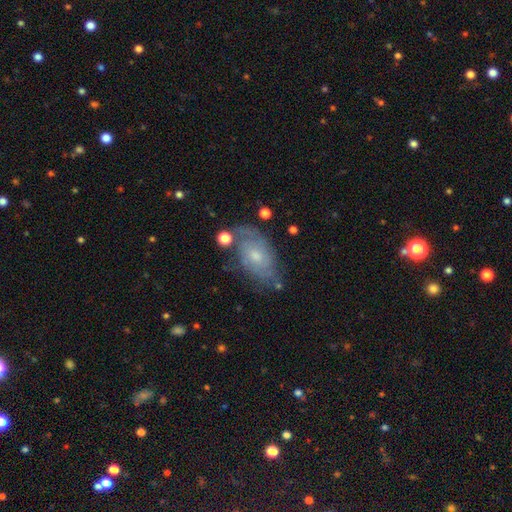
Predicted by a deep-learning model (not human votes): Smooth or featured?
  - featured or disk: 70% *
  - smooth: 22%
  - star or artifact: 8%
Edge-on disk?
  - no: 94% *
  - yes: 6%
Bar?
  - no: 71% *
  - weak: 26%
  - strong: 3%
Spiral arms?
  - yes: 85% *
  - no: 15%
Spiral winding?
  - tight: 51% *
  - medium: 36%
  - loose: 14%
Spiral arm count?
  - 2: 46% *
  - can't tell: 35%
  - 3: 7%
  - 1: 6%
  - 4: 3%
  - more than 4: 3%
Bulge size?
  - small: 48% *
  - moderate: 44%
  - none: 4%
  - large: 3%
  - dominant: 1%
Merging?
  - none: 61% *
  - minor disturbance: 23%
  - major disturbance: 11%
  - merger: 5%